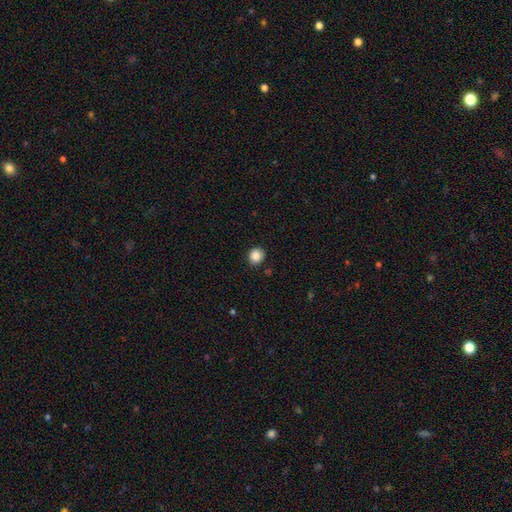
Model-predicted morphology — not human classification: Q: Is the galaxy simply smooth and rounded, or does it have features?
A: smooth — 87%.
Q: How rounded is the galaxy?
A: round — 82%.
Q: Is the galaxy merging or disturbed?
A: none — 89%.